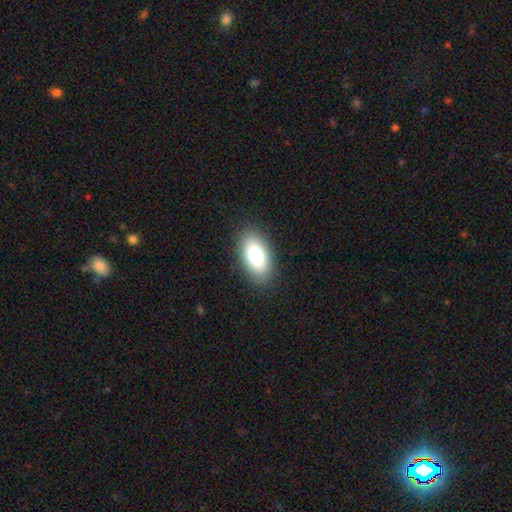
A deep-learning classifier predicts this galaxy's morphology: Smooth or featured? smooth (77%)
How rounded? in between (91%)
Merging? none (87%)